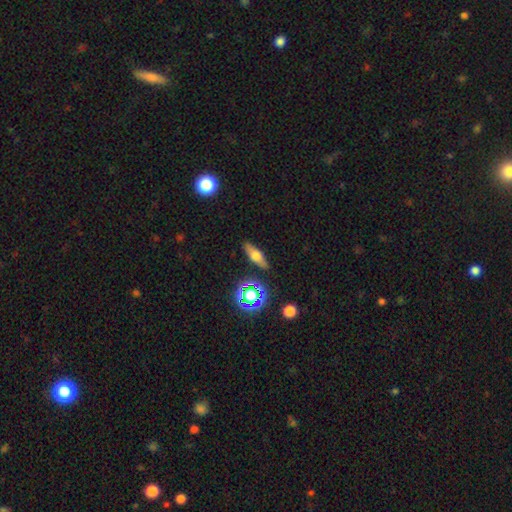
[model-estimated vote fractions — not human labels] This appears to be a smooth galaxy with no disk features (53%) that is in between round and cigar-shaped (50%). Merging: none (85%).